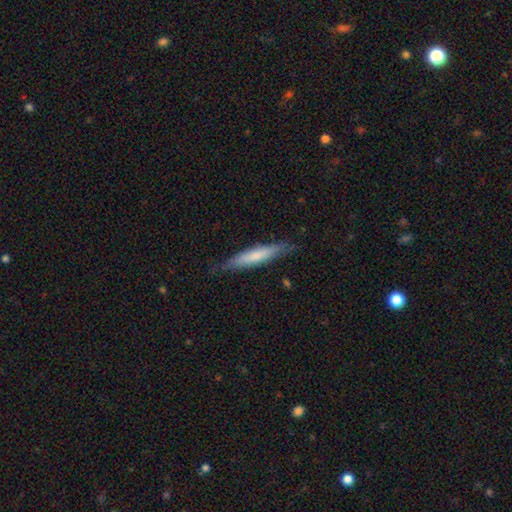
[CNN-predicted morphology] type=smooth (63%); roundness=cigar-shaped (91%); merging=none (82%).